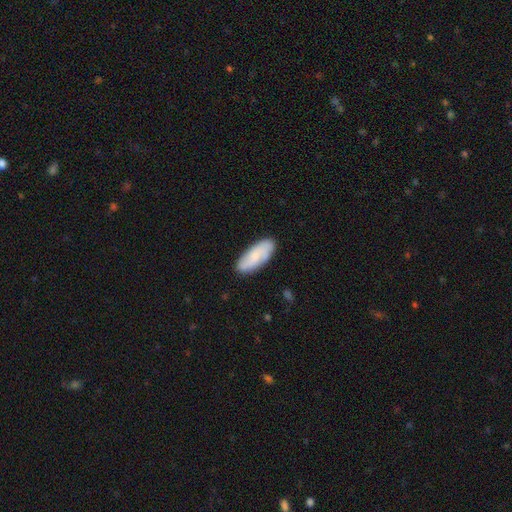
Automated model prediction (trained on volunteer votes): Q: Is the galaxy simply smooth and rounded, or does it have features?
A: smooth — 61%.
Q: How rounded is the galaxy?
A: in between — 77%.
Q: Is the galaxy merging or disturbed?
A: none — 84%.